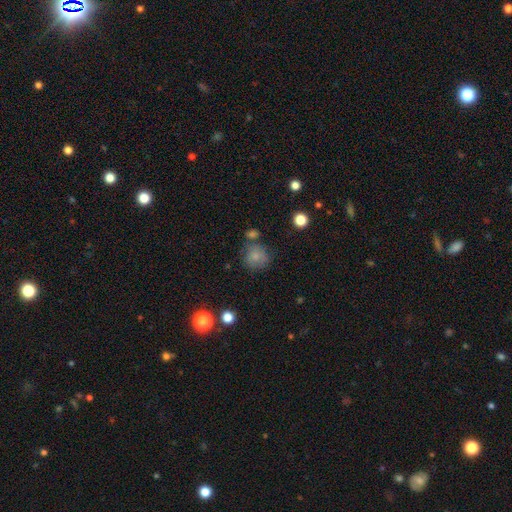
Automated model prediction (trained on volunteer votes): This is likely a smooth galaxy (78%). How rounded: clearly round (85%). Merging: likely none (63%).